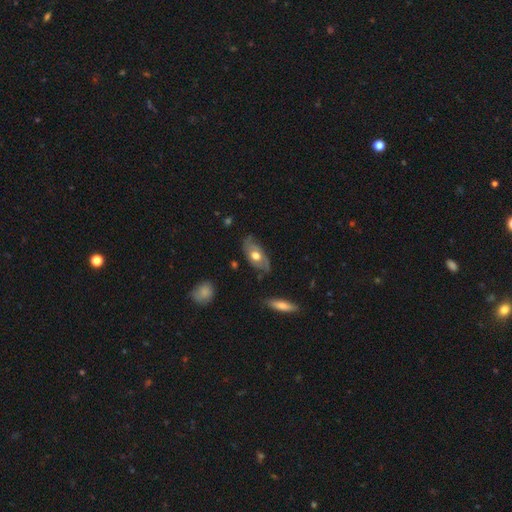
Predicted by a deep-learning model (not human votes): Smooth or featured: featured or disk — 53% (smooth — 40%)
Edge-on disk: no — 83% (yes — 17%)
Merging: none — 69% (minor disturbance — 23%)